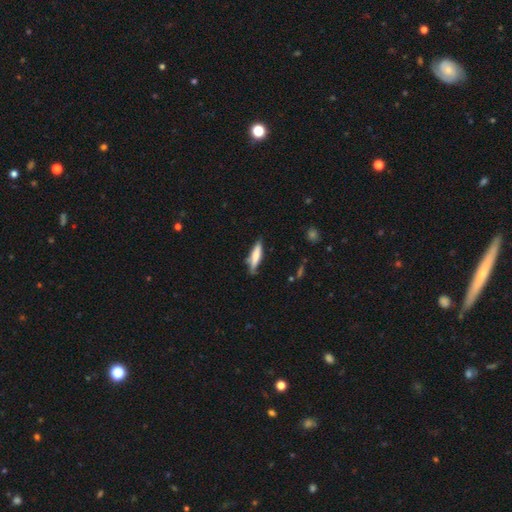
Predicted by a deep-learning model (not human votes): Smooth or featured? smooth (66%)
How rounded? cigar-shaped (78%)
Merging? none (74%)